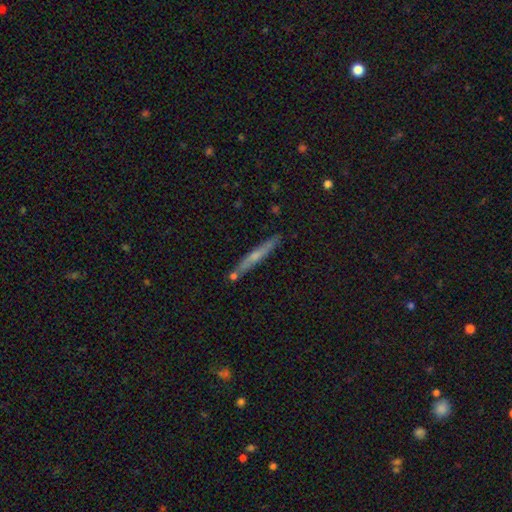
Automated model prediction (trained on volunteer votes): A featured or disk galaxy (49%).

Vote fractions:
- Smooth or featured? featured or disk: 49% / smooth: 43% / star or artifact: 7%
- Merging? none: 82% / minor disturbance: 11% / merger: 5% / major disturbance: 2%